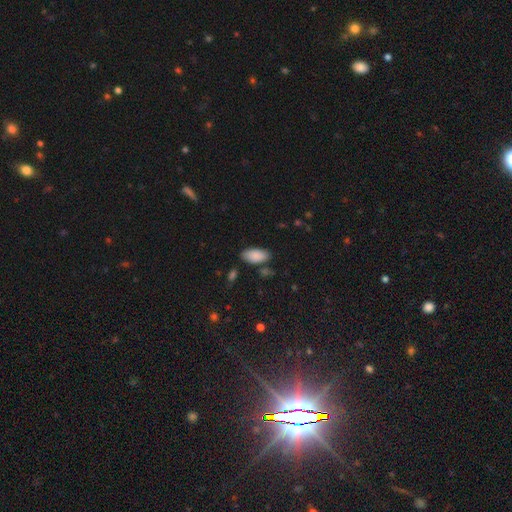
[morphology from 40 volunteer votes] Smooth or featured? 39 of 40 (98%) said smooth. How rounded? 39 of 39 (100%) said in between. Merging? 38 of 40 (95%) said none.